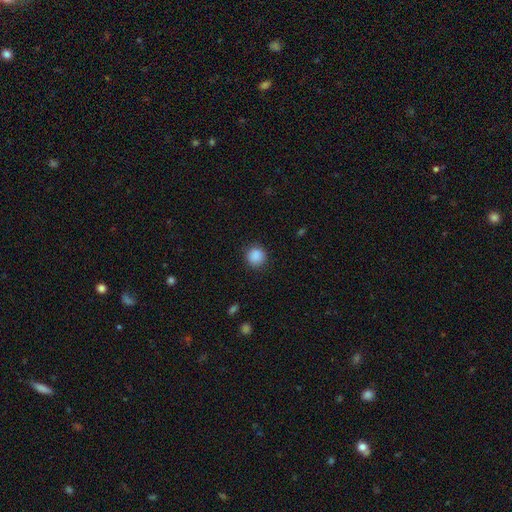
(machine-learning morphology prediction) smooth-or-featured: smooth: 88% | star or artifact: 9% | featured or disk: 3%
  how-rounded: round: 92% | in between: 7% | cigar-shaped: 1%
  merging: none: 89% | minor disturbance: 8% | major disturbance: 3% | merger: 1%